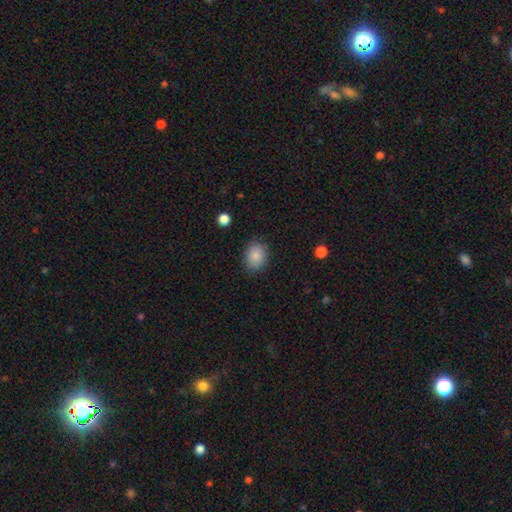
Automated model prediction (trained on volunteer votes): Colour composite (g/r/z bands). It shows a smooth galaxy with no disk features (87%) that is in between round and cigar-shaped (54%). Merging: none (86%).